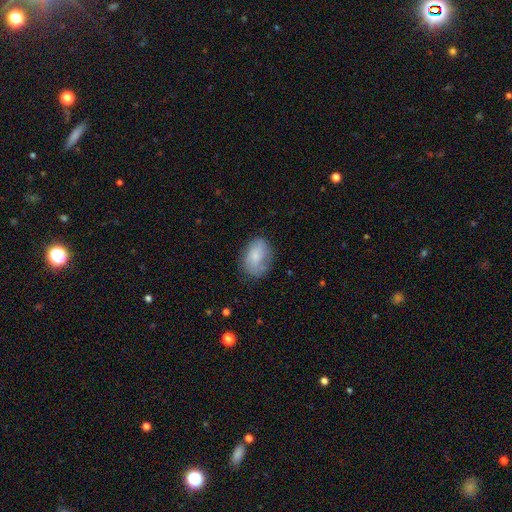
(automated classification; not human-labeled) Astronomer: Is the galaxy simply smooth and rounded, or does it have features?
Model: smooth — 70%.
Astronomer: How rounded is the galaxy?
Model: in between — 82%.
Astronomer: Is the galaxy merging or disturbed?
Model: none — 64%.